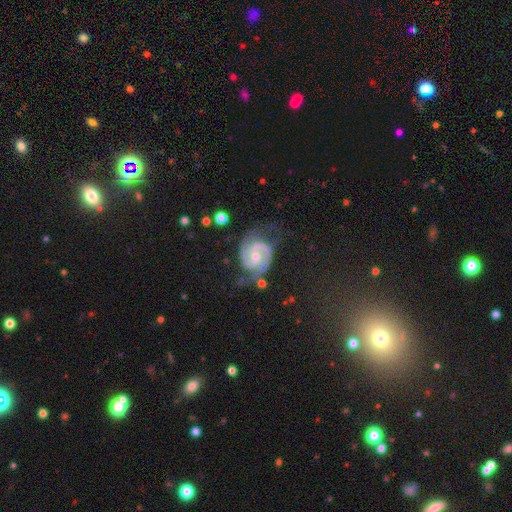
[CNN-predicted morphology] Smooth or featured?
  - featured or disk: 92% *
  - star or artifact: 5%
  - smooth: 3%
Edge-on disk?
  - no: 98% *
  - yes: 2%
Bar?
  - no: 54% *
  - weak: 37%
  - strong: 9%
Spiral arms?
  - yes: 99% *
  - no: 1%
Spiral winding?
  - tight: 48% *
  - medium: 46%
  - loose: 7%
Spiral arm count?
  - 2: 93% *
  - 3: 2%
  - can't tell: 2%
  - 1: 1%
  - 4: 1%
  - more than 4: 1%
Bulge size?
  - moderate: 60% *
  - small: 32%
  - large: 4%
  - none: 4%
  - dominant: 1%
Merging?
  - none: 65% *
  - minor disturbance: 23%
  - major disturbance: 10%
  - merger: 3%